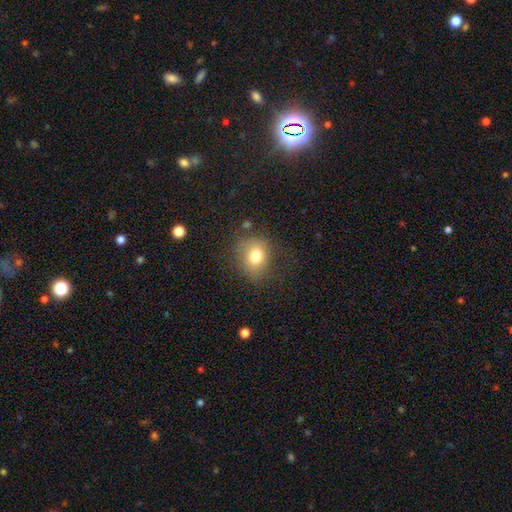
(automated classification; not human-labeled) Overall: smooth (77%). How rounded: round (64%; in between 35%). Merging: none (70%).